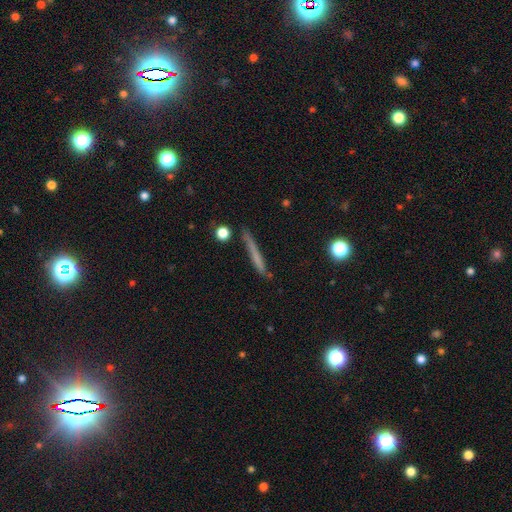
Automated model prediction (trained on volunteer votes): Smooth or featured? smooth (56%)
How rounded? cigar-shaped (93%)
Merging? none (76%)